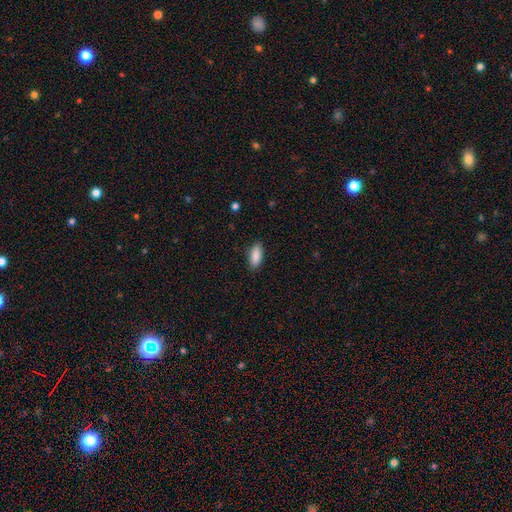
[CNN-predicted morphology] This appears to be a smooth galaxy with no disk features (88%) that is in between round and cigar-shaped (81%). Merging: none (88%).